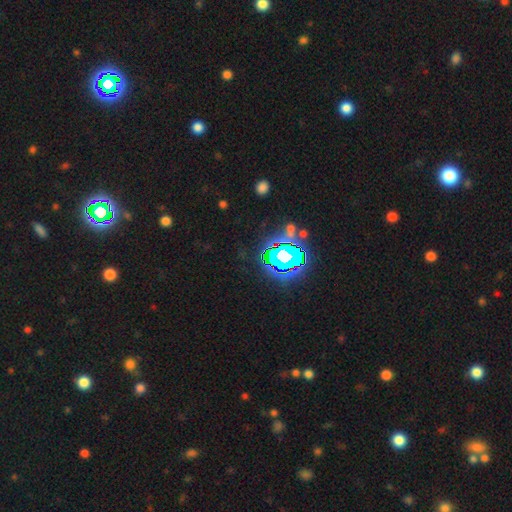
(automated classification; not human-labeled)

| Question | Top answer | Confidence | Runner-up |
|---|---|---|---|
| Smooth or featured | star or artifact | 83% | smooth (10%) |